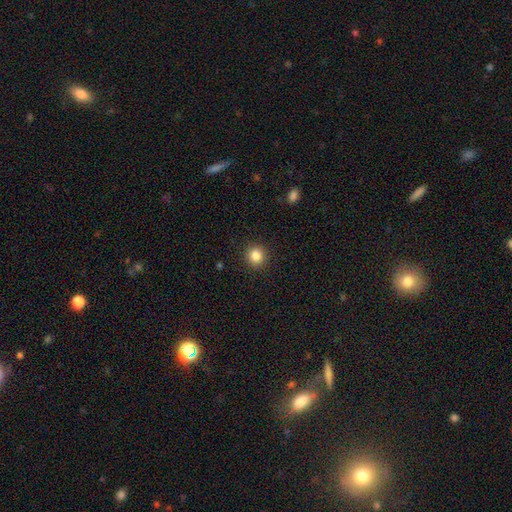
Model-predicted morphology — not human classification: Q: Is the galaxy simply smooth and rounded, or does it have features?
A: smooth — 84%.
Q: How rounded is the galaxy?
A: round — 93%.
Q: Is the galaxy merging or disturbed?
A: none — 92%.